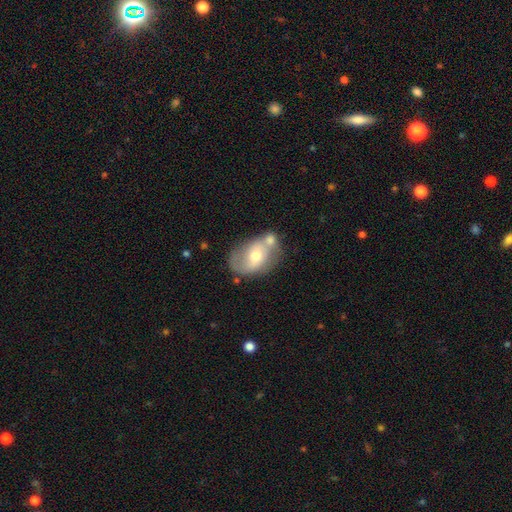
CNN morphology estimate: This is possibly a featured or disk galaxy (53%). It is clearly not viewed edge-on (94%). Merging: marginally none (41%).